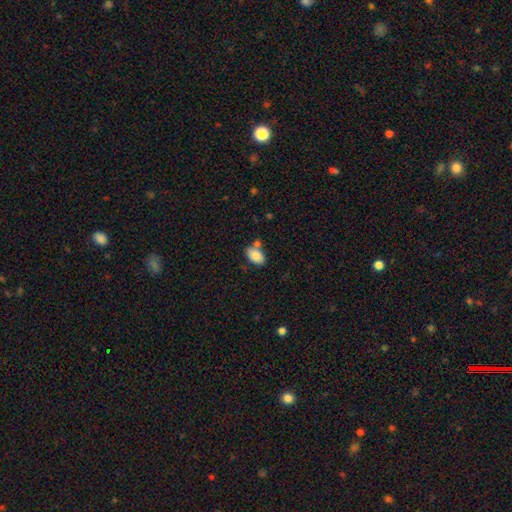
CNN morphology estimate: smooth 83%, featured or disk 9%, star or artifact 7%. Down the decision tree: how rounded — in between (90%); merging — none (61%).